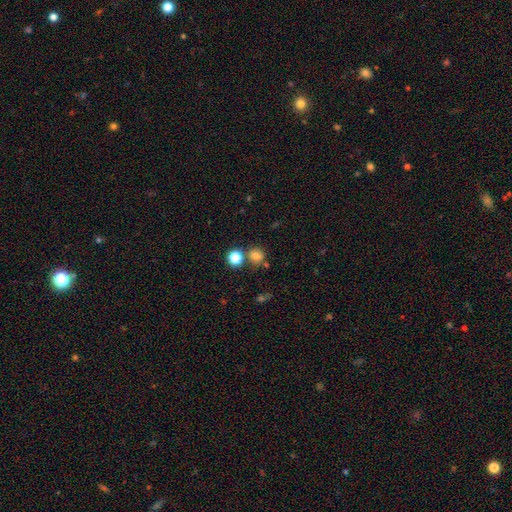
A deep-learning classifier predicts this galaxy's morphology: A smooth galaxy with no disk features (75%) that is round (85%).

Vote fractions:
- Smooth or featured? smooth: 75% / star or artifact: 17% / featured or disk: 8%
- How rounded? round: 85% / in between: 14% / cigar-shaped: 1%
- Merging? none: 71% / merger: 15% / minor disturbance: 10% / major disturbance: 4%